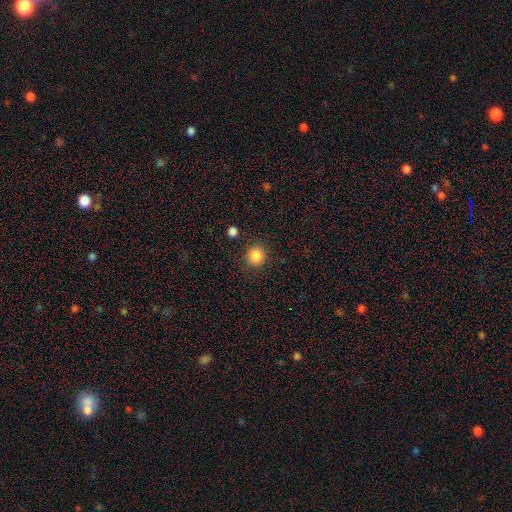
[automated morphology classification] Overall: smooth (86%). How rounded: round (93%). Merging: none (89%).